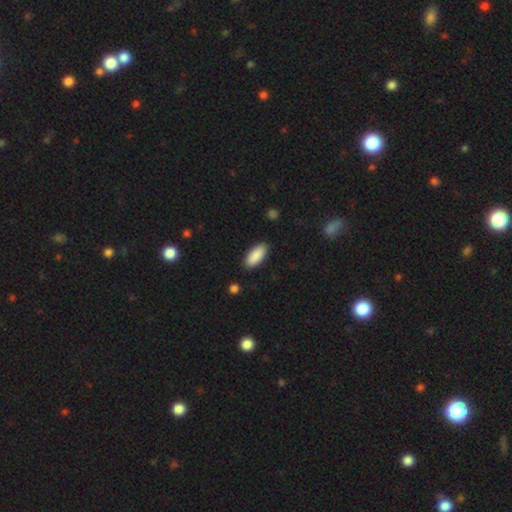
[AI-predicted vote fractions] Morphology: type=smooth (90%); roundness=in between (88%); merging=none (89%).